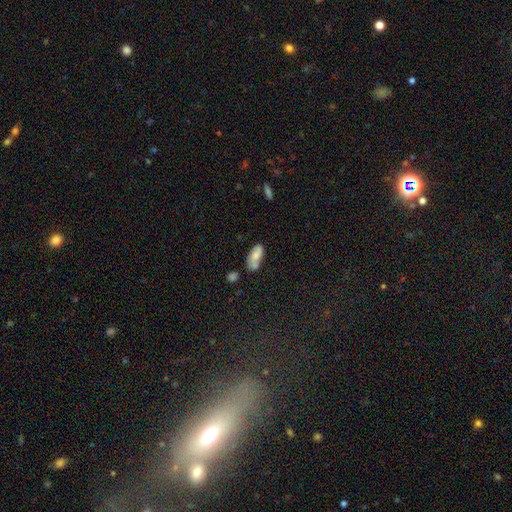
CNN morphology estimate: smooth-or-featured: smooth: 73% | featured or disk: 19% | star or artifact: 8%
  how-rounded: in between: 85% | cigar-shaped: 12% | round: 2%
  merging: none: 52% | minor disturbance: 24% | merger: 17% | major disturbance: 7%